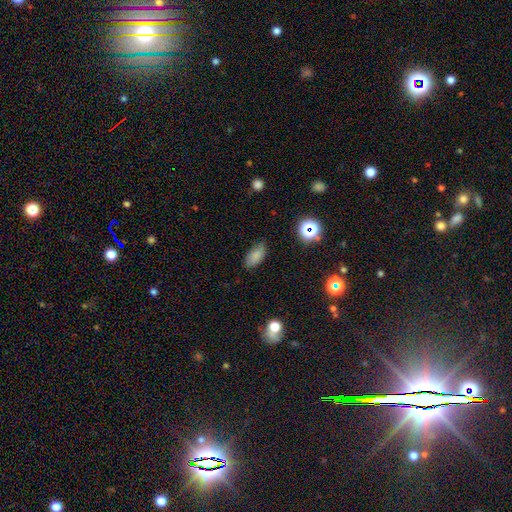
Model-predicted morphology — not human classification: This appears to be a smooth galaxy with no disk features (80%) that is in between round and cigar-shaped (91%). Merging: none (77%).